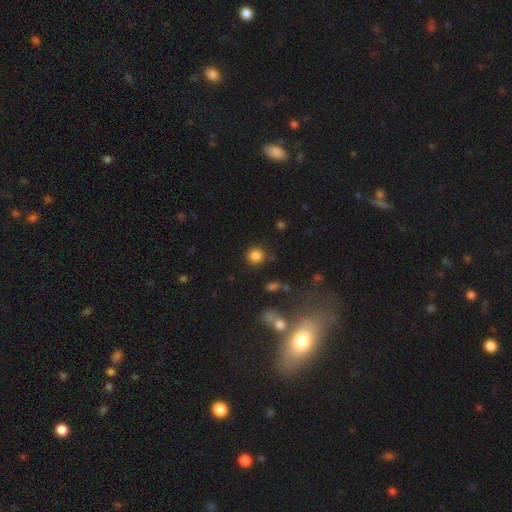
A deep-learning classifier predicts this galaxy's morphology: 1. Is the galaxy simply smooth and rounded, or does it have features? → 83% smooth, 12% star or artifact, 5% featured or disk.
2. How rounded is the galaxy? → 92% round, 7% in between, 1% cigar-shaped.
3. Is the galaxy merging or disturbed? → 85% none, 8% minor disturbance, 4% merger, 3% major disturbance.